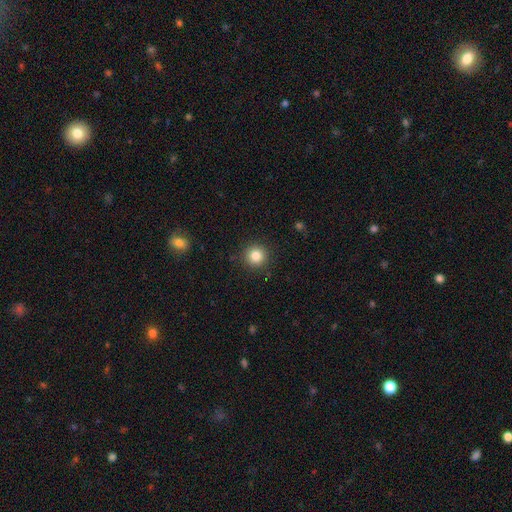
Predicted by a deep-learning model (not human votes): Morphology: type=smooth (83%); roundness=round (94%); merging=none (90%).